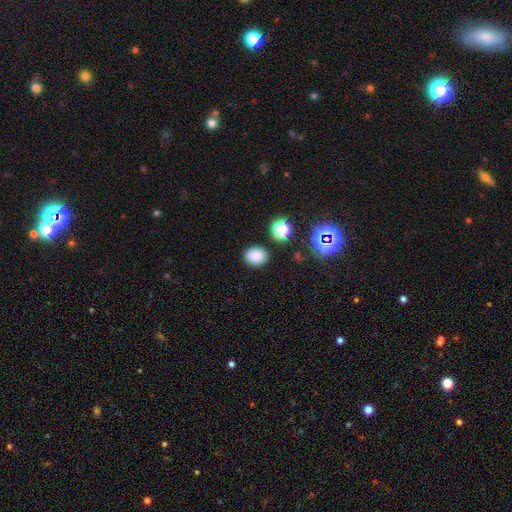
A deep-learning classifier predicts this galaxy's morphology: Smooth or featured: smooth — 82% (star or artifact — 14%)
How rounded: round — 52% (in between — 47%)
Merging: none — 86% (minor disturbance — 9%)